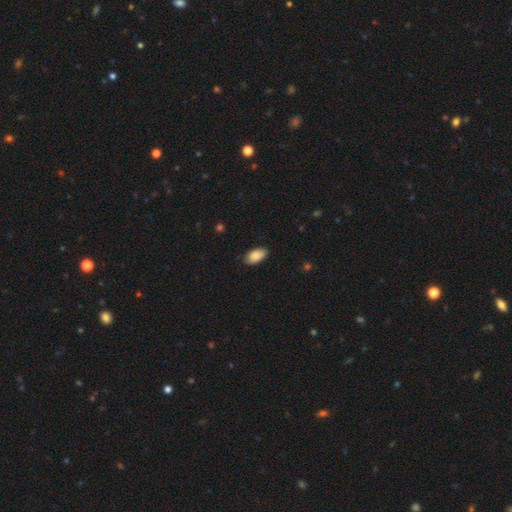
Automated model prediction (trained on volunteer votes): Overall: smooth (87%). How rounded: in between (95%). Merging: none (83%).